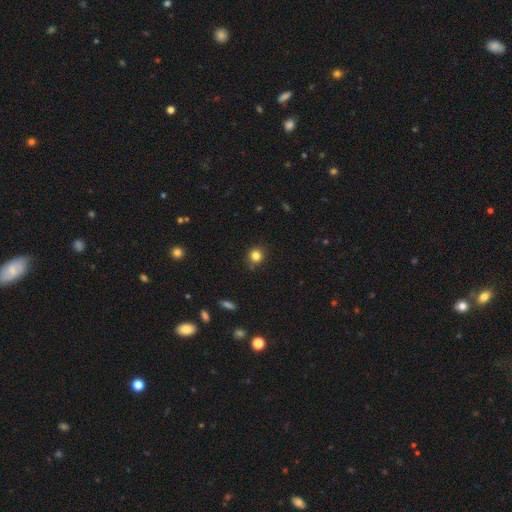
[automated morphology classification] A smooth galaxy with no disk features (82%) that is round (87%). Merging: none (84%).